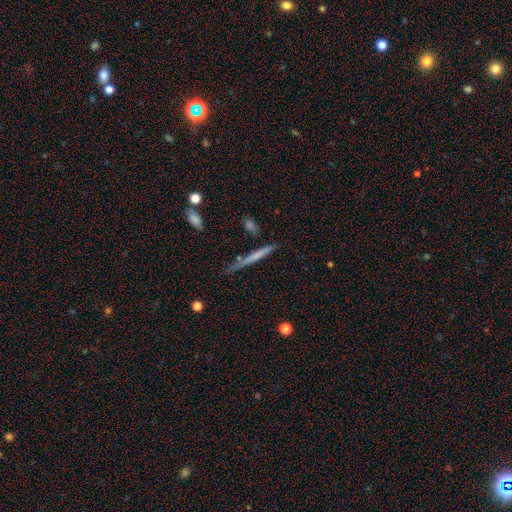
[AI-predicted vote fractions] The model was most divided on "smooth or featured": smooth: 58%, featured or disk: 35%, star or artifact: 7%. More confident: how rounded — cigar-shaped (96%); merging — none (74%).